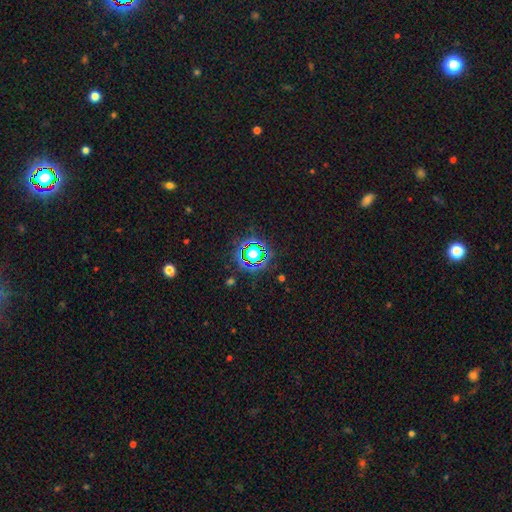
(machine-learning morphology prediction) Smooth or featured?
  - star or artifact: 72% *
  - smooth: 18%
  - featured or disk: 9%